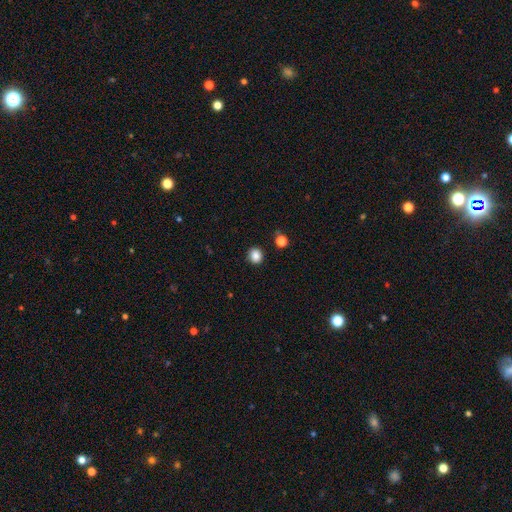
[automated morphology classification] A smooth galaxy with no disk features (85%) that is round (82%).

Vote fractions:
- Smooth or featured? smooth: 85% / star or artifact: 11% / featured or disk: 4%
- How rounded? round: 82% / in between: 17% / cigar-shaped: 1%
- Merging? none: 89% / minor disturbance: 6% / merger: 2% / major disturbance: 2%